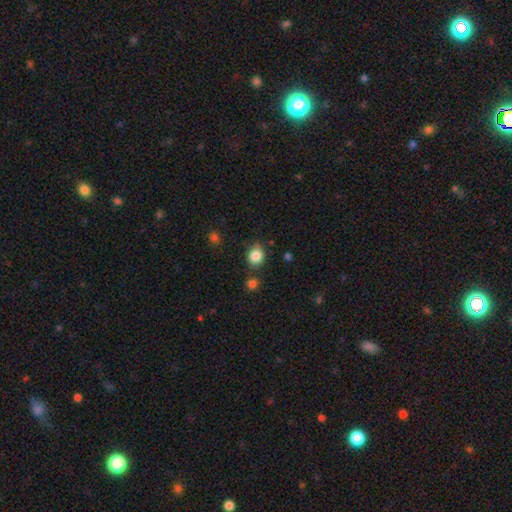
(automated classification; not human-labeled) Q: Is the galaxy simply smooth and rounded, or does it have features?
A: smooth — 85%.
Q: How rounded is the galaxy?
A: round — 69%.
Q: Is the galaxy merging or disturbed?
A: none — 78%.